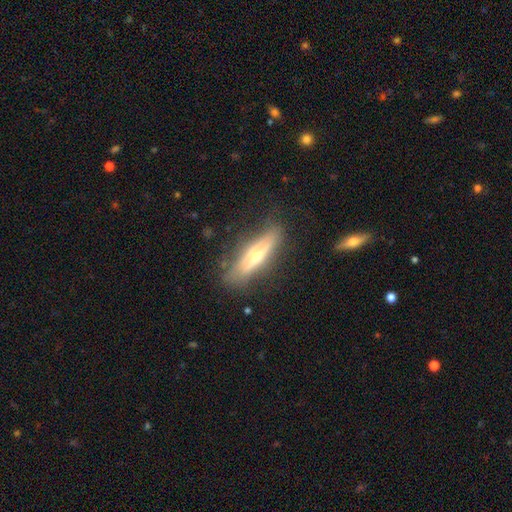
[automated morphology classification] This appears to be a featured or disk galaxy (59%) viewed edge-on (88%) with a rounded central bulge (81%). Merging: none (77%).